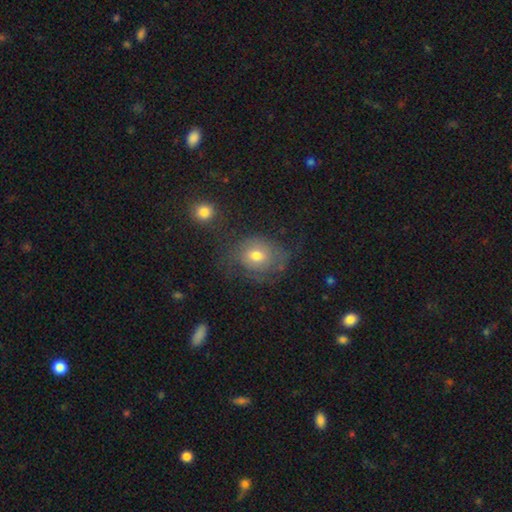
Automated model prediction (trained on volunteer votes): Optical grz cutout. It shows a smooth galaxy with no disk features (56%) that is round (54%). Merging: none (51%).